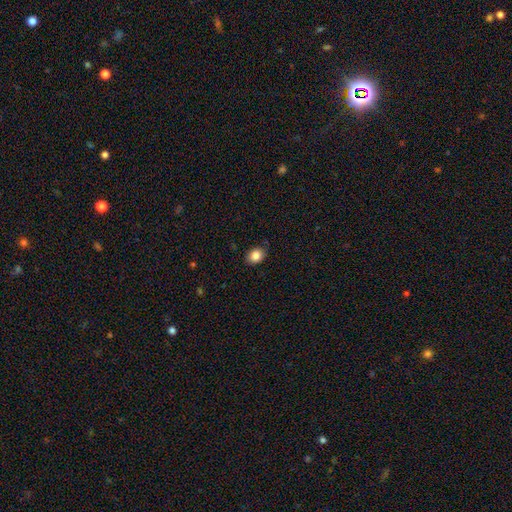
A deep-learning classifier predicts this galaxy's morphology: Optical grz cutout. It shows a smooth galaxy with no disk features (86%) that is in between round and cigar-shaped (58%). Merging: none (84%).